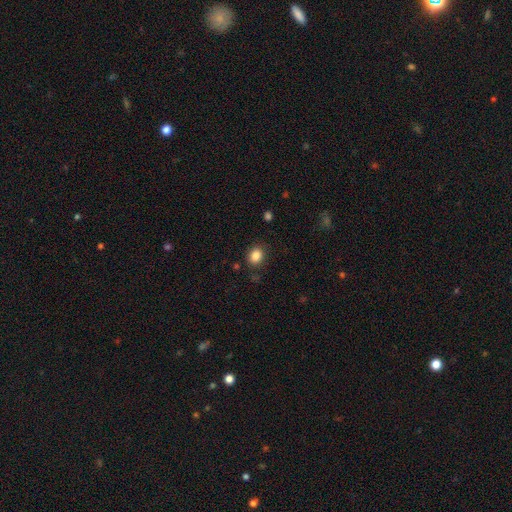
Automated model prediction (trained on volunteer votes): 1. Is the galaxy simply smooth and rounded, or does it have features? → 86% smooth, 10% star or artifact, 4% featured or disk.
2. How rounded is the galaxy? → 55% round, 44% in between, 1% cigar-shaped.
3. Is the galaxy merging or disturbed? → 84% none, 11% minor disturbance, 3% major disturbance, 2% merger.